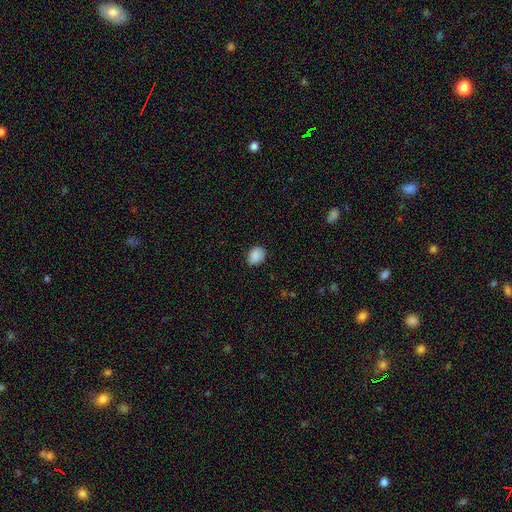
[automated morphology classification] Smooth or featured? Predicted: smooth (p=0.89). How rounded? Predicted: in between (p=0.59). Merging? Predicted: none (p=0.81).